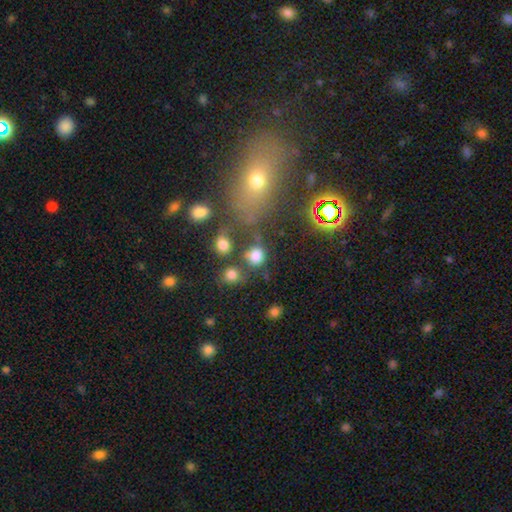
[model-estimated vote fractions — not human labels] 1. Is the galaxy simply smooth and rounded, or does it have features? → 74% smooth, 16% star or artifact, 10% featured or disk.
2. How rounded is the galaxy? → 73% round, 25% in between, 2% cigar-shaped.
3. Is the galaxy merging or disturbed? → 47% none, 23% merger, 16% minor disturbance, 13% major disturbance.